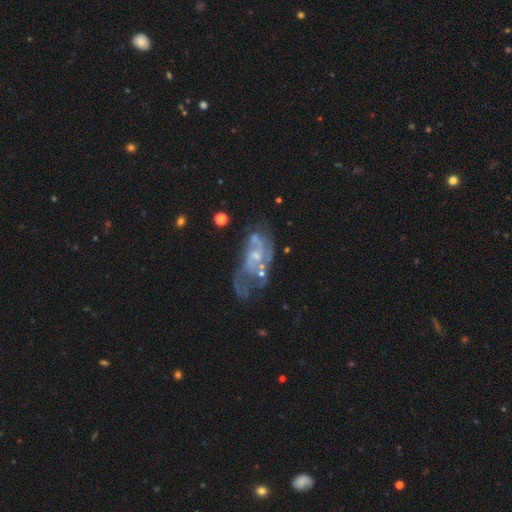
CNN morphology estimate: Overall: featured or disk (76%). Edge-on disk: no (95%). Bar: no (66%; weak 29%). Spiral arms: yes (69%; no 31%). Spiral arm count: can't tell (38%; 2 37%). Spiral winding: medium (41%; loose 31%). Bulge size: small (51%; moderate 29%). Merging: none (32%, tied with major disturbance).